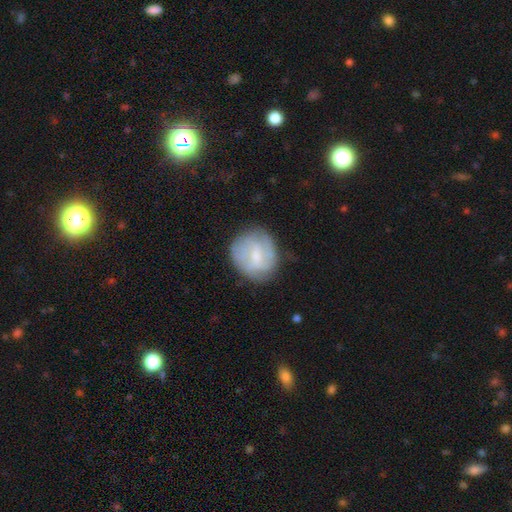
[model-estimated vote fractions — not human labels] This appears to be a featured or disk galaxy (49%). Merging: none (71%).